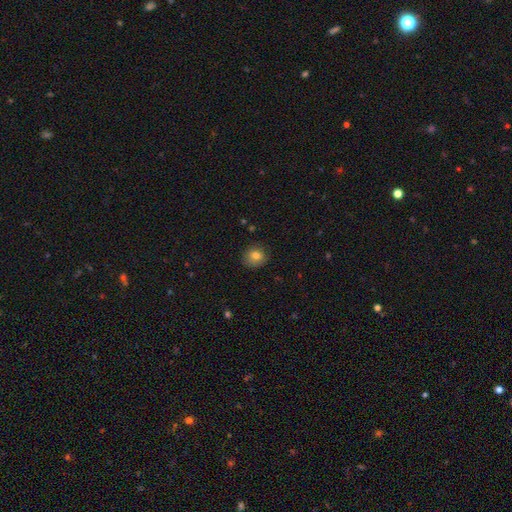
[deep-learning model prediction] Smooth or featured: smooth — 77% (featured or disk — 12%)
How rounded: round — 83% (in between — 16%)
Merging: none — 82% (minor disturbance — 14%)